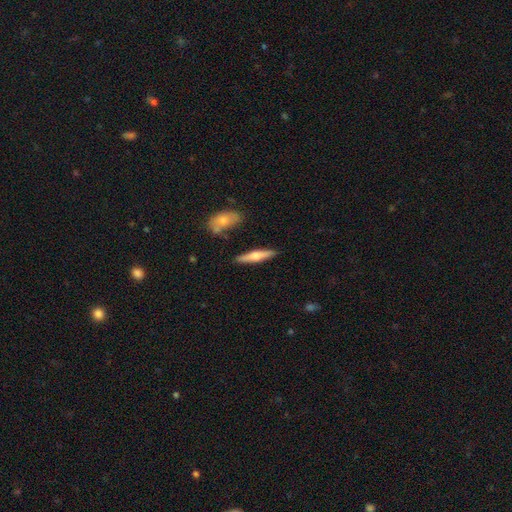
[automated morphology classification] smooth_or_featured: smooth (p=0.48) [alt: featured or disk p=0.46]
merging: none (p=0.87) [alt: minor disturbance p=0.08]